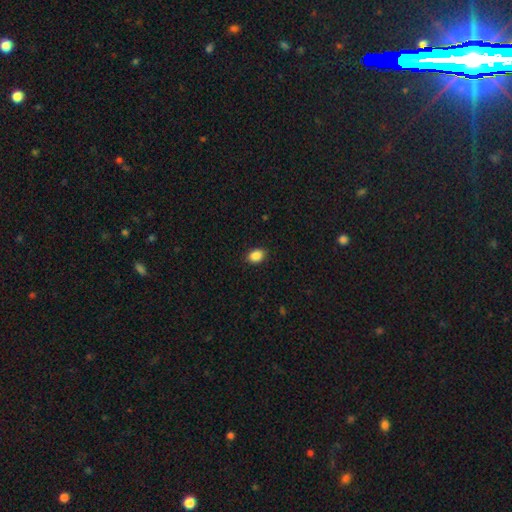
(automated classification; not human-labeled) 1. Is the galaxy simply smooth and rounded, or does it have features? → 88% smooth, 9% star or artifact, 3% featured or disk.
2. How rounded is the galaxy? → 70% in between, 29% round, 1% cigar-shaped.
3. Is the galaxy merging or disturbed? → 89% none, 8% minor disturbance, 2% major disturbance, 1% merger.